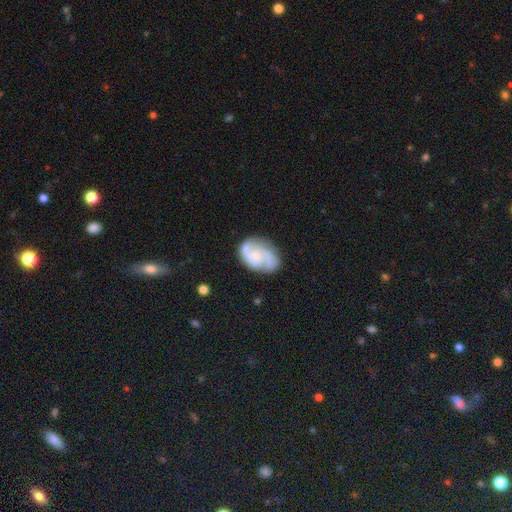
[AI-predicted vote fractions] Morphology: type=featured or disk (71%); edge-on=no (98%); bar=no (67%); spiral arms=yes (89%); winding=medium (47%); arm count=2 (55%); bulge=small (45%); merging=none (62%).